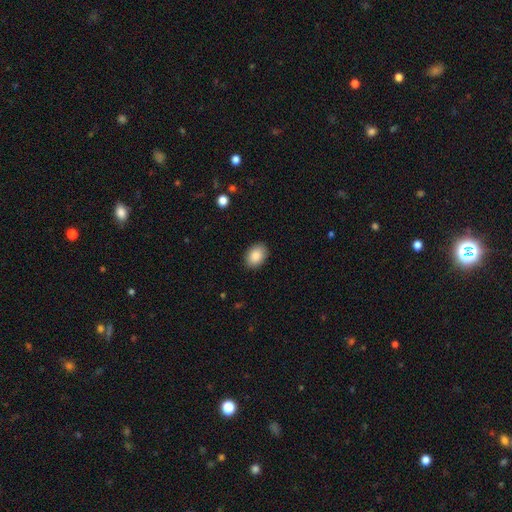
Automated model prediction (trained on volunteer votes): smooth_or_featured: smooth (p=0.89) [alt: star or artifact p=0.07]
how_rounded: in between (p=0.80) [alt: round p=0.19]
merging: none (p=0.89) [alt: minor disturbance p=0.08]